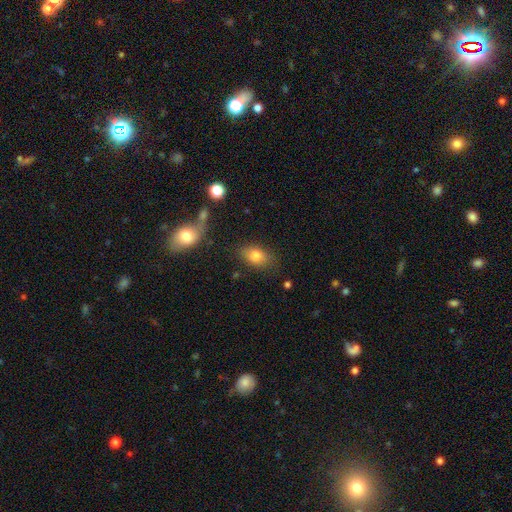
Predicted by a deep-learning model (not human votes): A smooth galaxy with no disk features (80%) that is in between round and cigar-shaped (84%). Merging: none (76%).